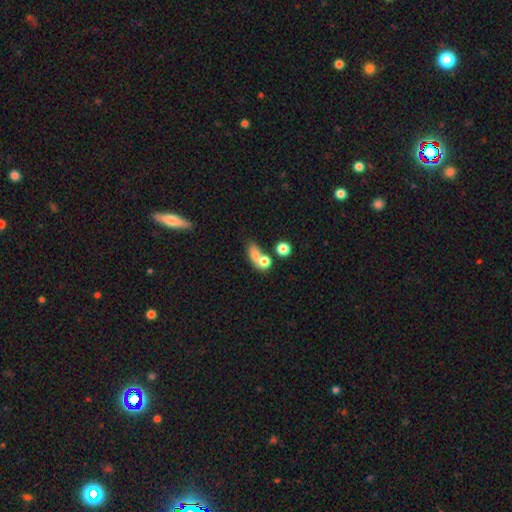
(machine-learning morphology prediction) Smooth or featured: smooth — 71% (featured or disk — 17%)
How rounded: in between — 56% (round — 38%)
Merging: merger — 52% (none — 30%)